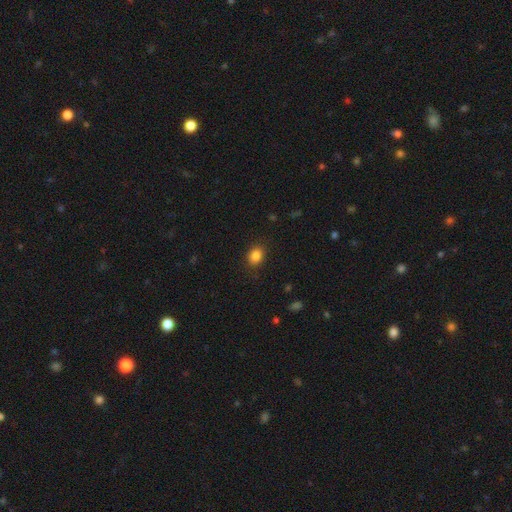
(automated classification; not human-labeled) A smooth galaxy with no disk features (85%) that is in between round and cigar-shaped (55%). Merging: none (86%).